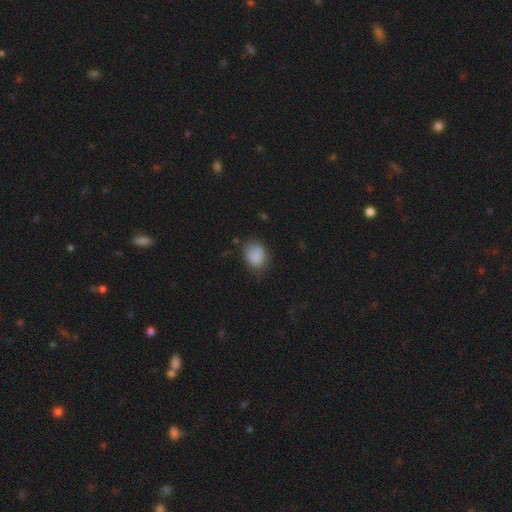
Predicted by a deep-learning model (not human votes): This is clearly a smooth galaxy (84%). How rounded: possibly in between (53%). Merging: possibly none (59%).